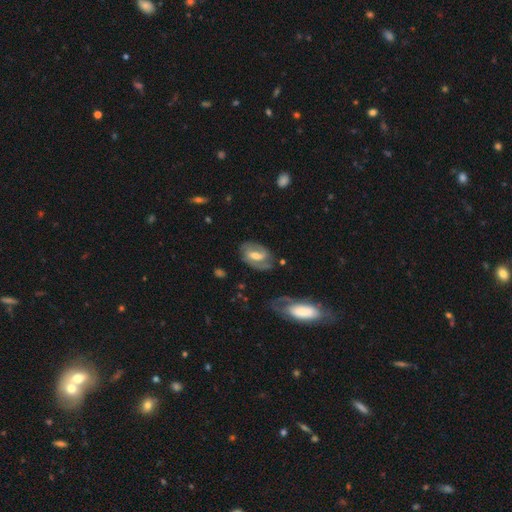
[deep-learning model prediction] This is likely a featured or disk galaxy (72%). It is clearly not viewed edge-on (95%). Bar: possibly weak (46%). Spiral arm pattern: clearly yes (85%). Spiral arm count: likely 2 (75%). Spiral winding: possibly medium (46%). Central bulge: likely moderate (62%). Merging: likely none (66%).